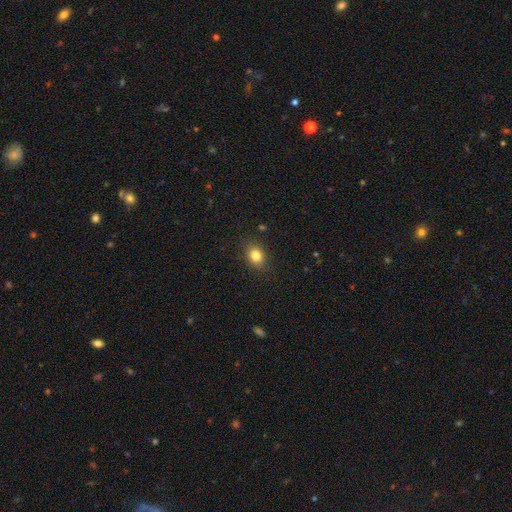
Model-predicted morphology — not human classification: Smooth or featured? smooth (83%)
How rounded? in between (54%)
Merging? none (86%)